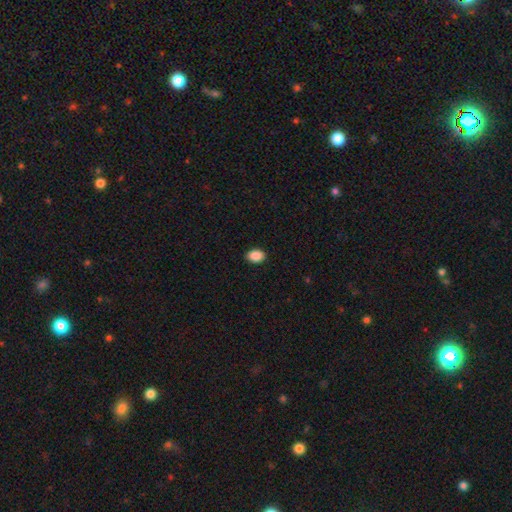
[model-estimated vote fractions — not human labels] Morphology: type=smooth (90%); roundness=in between (74%); merging=none (90%).